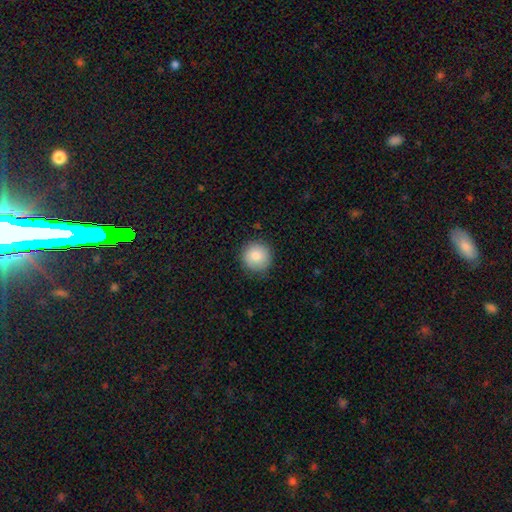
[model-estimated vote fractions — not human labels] Q: Smooth or featured?
A: smooth (82%); runner-up: featured or disk (9%)
Q: How rounded?
A: round (95%); runner-up: in between (4%)
Q: Merging?
A: none (88%); runner-up: minor disturbance (9%)